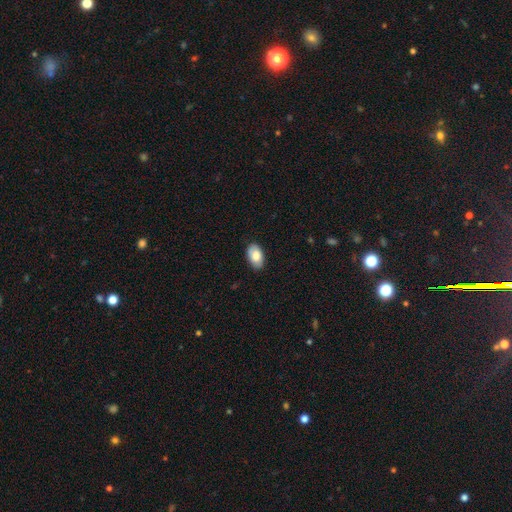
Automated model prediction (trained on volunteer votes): A smooth galaxy with no disk features (80%) that is in between round and cigar-shaped (94%). Merging: none (85%).